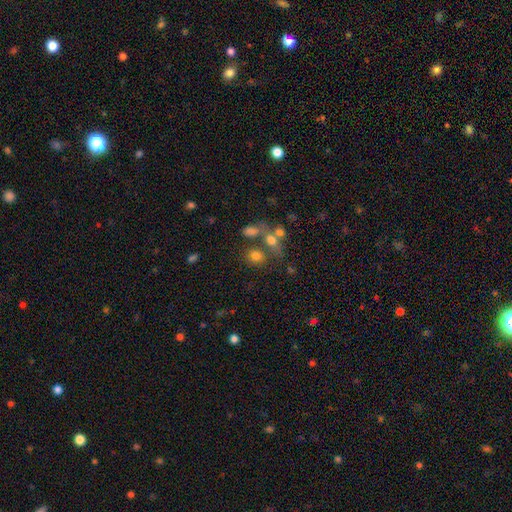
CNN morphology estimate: smooth 73%, star or artifact 15%, featured or disk 12%. Down the decision tree: how rounded — round (53%); merging — none (54%).